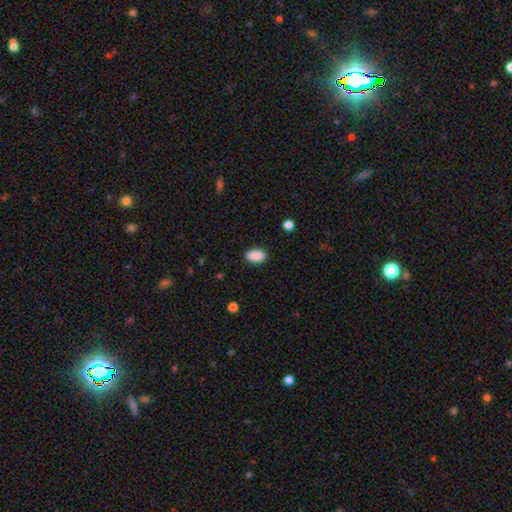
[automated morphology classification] smooth 90%, star or artifact 7%, featured or disk 3%. Down the decision tree: how rounded — in between (92%); merging — none (88%).